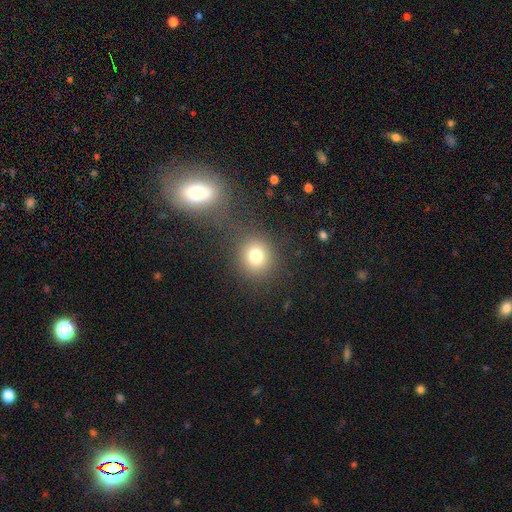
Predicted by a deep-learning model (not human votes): smooth 78%, star or artifact 14%, featured or disk 9%. Down the decision tree: how rounded — round (87%); merging — none (79%).